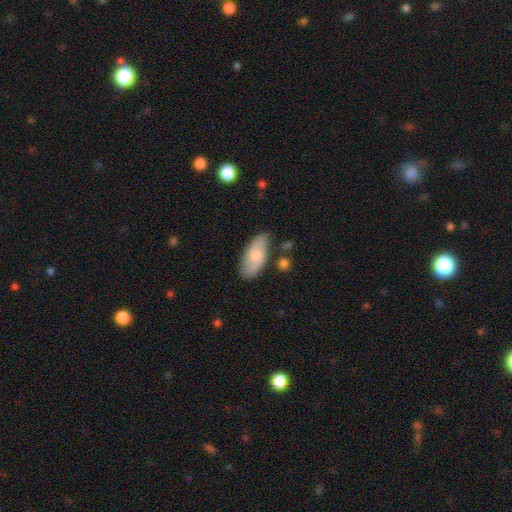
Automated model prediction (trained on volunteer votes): Smooth or featured: smooth — 69% (featured or disk — 25%)
How rounded: in between — 88% (cigar-shaped — 10%)
Merging: none — 72% (minor disturbance — 20%)